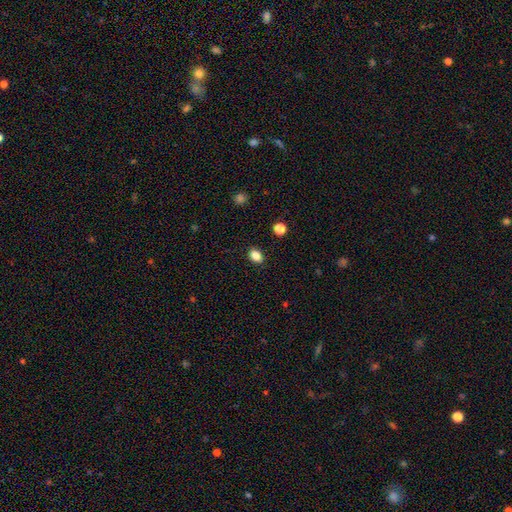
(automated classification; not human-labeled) smooth_or_featured: smooth (p=0.85) [alt: star or artifact p=0.10]
how_rounded: in between (p=0.76) [alt: round p=0.22]
merging: none (p=0.88) [alt: minor disturbance p=0.08]